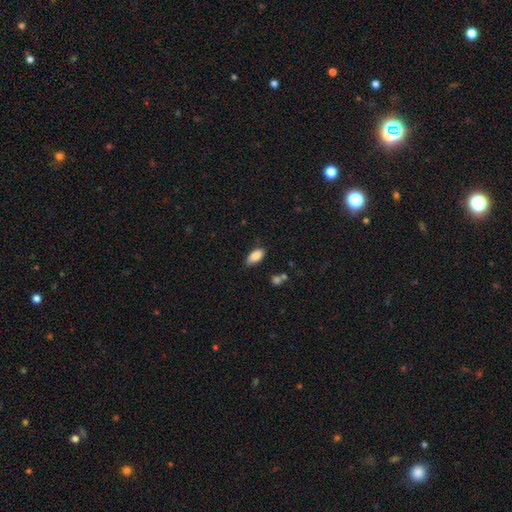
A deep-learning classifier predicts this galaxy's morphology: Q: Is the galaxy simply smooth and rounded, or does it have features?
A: smooth — 86%.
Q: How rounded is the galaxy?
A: in between — 91%.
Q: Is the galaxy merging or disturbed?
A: none — 72%.